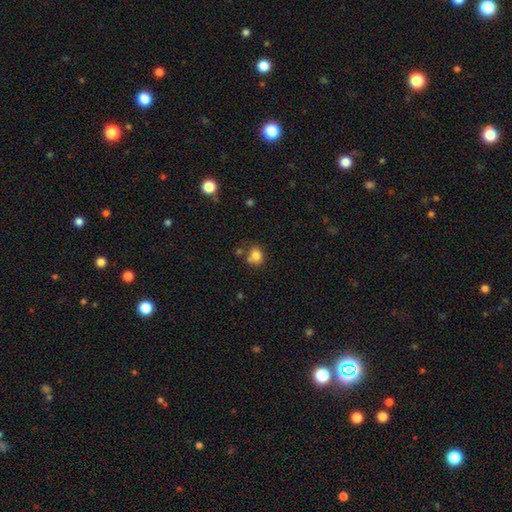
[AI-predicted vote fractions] Smooth or featured?
  - smooth: 81% *
  - star or artifact: 11%
  - featured or disk: 8%
How rounded?
  - round: 62% *
  - in between: 37%
  - cigar-shaped: 1%
Merging?
  - none: 58% *
  - merger: 20%
  - minor disturbance: 16%
  - major disturbance: 5%